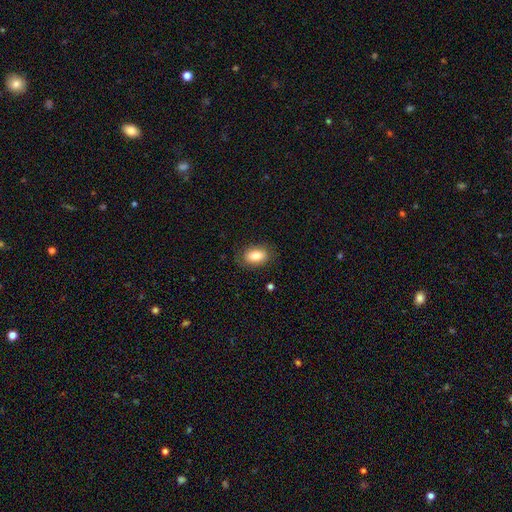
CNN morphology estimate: Smooth or featured? Predicted: smooth (p=0.82). How rounded? Predicted: in between (p=0.89). Merging? Predicted: none (p=0.81).